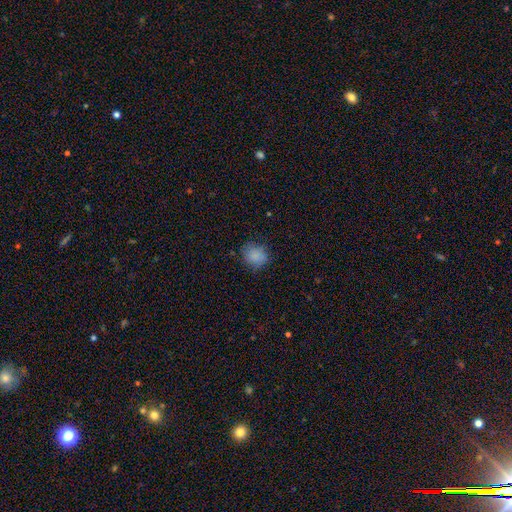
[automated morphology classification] smooth 85%, star or artifact 9%, featured or disk 5%. Down the decision tree: how rounded — round (71%); merging — none (77%).